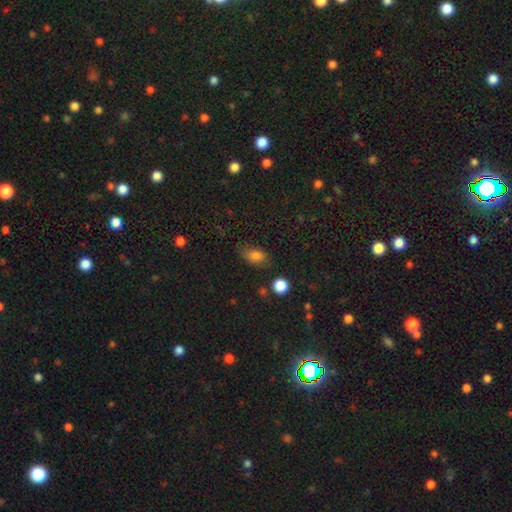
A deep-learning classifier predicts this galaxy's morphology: smooth 78%, star or artifact 12%, featured or disk 10%. Down the decision tree: how rounded — in between (80%); merging — none (61%).